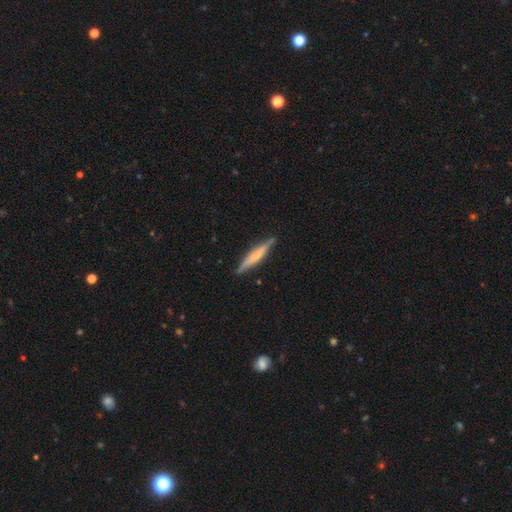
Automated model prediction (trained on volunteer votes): This appears to be a featured or disk galaxy (48%). Merging: none (86%).